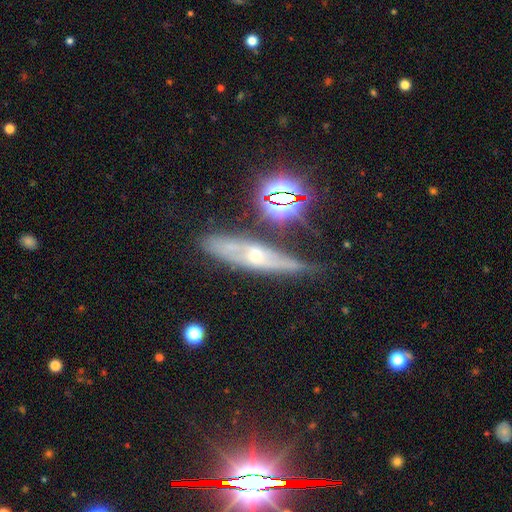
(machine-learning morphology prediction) Overall: featured or disk (57%; smooth 23%). Edge-on disk: yes (71%). Merging: none (65%).